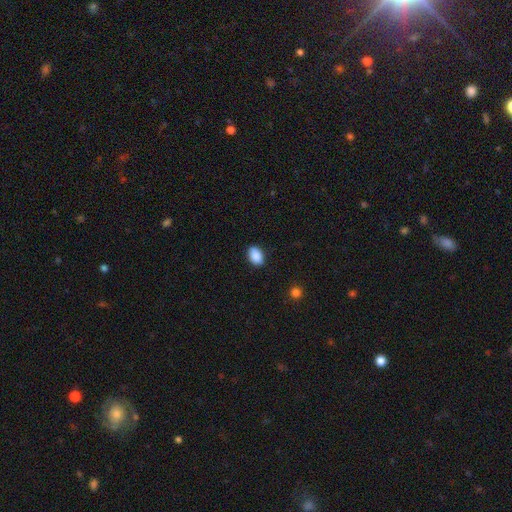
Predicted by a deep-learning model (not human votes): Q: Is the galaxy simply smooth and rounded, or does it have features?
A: smooth — 89%.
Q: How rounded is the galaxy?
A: in between — 85%.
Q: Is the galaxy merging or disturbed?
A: none — 86%.